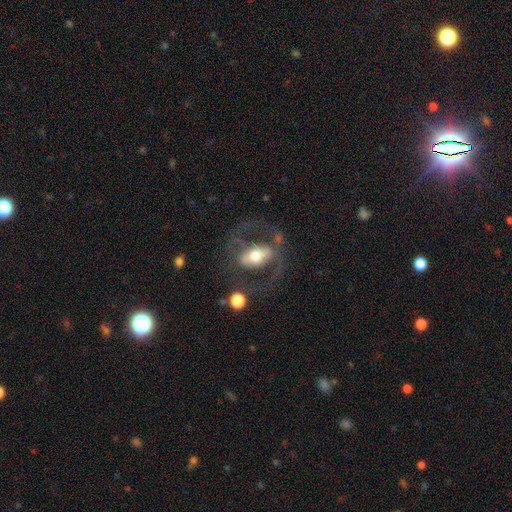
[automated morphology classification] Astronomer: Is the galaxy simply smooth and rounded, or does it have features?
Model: featured or disk — 68%.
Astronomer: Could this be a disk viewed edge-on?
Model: no — 91%.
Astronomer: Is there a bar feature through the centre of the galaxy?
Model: strong — 44% (runner-up: no, 29%).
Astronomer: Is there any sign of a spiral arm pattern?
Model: yes — 50%, tied with no at 50%.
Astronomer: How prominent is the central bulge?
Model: moderate — 65%.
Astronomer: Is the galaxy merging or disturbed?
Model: none — 54%.